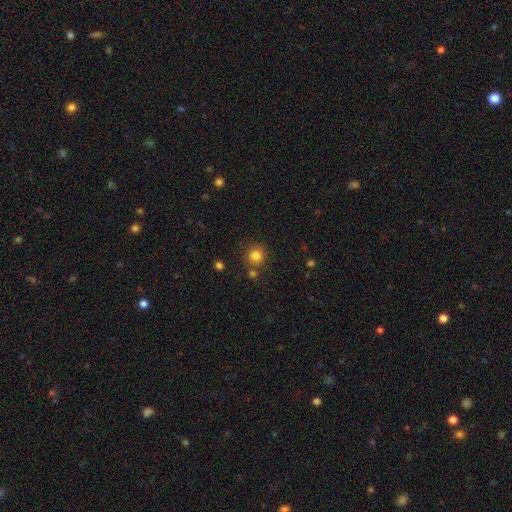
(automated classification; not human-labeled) A smooth galaxy with no disk features (82%) that is round (92%). Merging: none (79%).